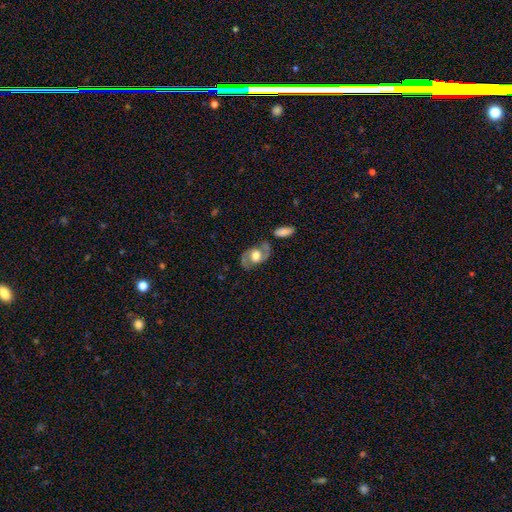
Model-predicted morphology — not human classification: Smooth or featured? Predicted: featured or disk (p=0.73). Edge-on disk? Predicted: no (p=0.94). Bar? Predicted: no (p=0.58). Spiral arms? Predicted: yes (p=0.82). Spiral winding? Predicted: medium (p=0.51). Spiral arm count? Predicted: 2 (p=0.90). Bulge size? Predicted: moderate (p=0.51). Merging? Predicted: none (p=0.72).